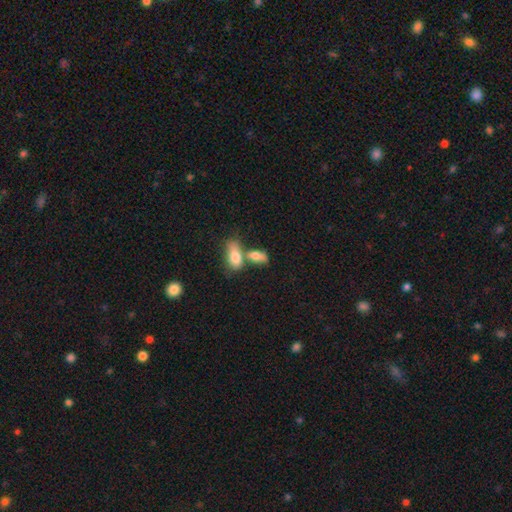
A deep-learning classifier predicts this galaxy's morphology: A smooth galaxy with no disk features (77%) that is in between round and cigar-shaped (83%). Merging: merger (52%).